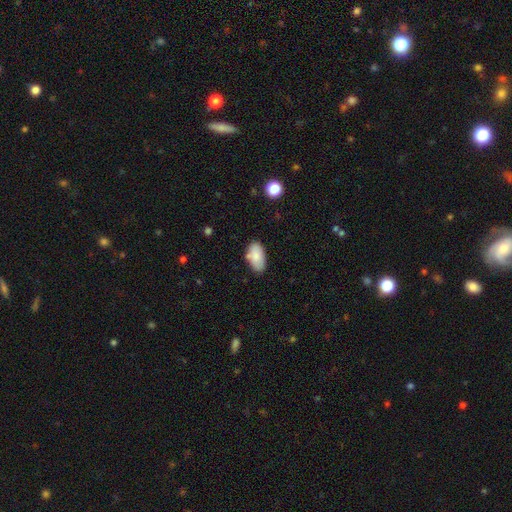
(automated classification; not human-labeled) Overall: smooth (82%). How rounded: in between (94%). Merging: none (74%).